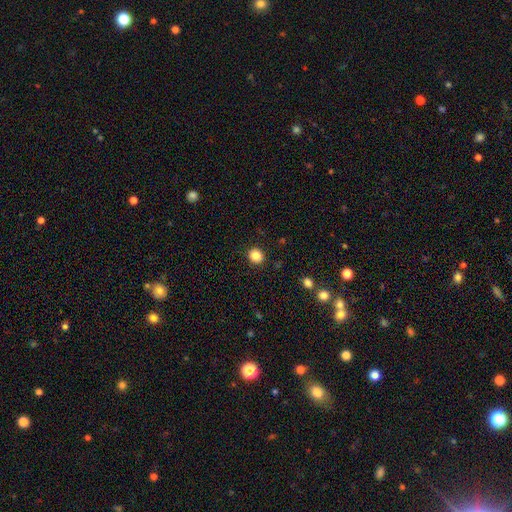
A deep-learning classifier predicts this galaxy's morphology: smooth-or-featured: smooth: 85% | star or artifact: 11% | featured or disk: 4%
  how-rounded: round: 83% | in between: 16% | cigar-shaped: 1%
  merging: none: 91% | minor disturbance: 6% | major disturbance: 2% | merger: 1%